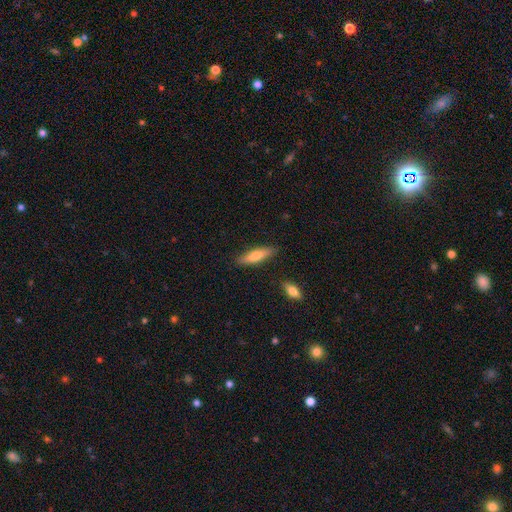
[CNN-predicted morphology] The model was most divided on "how rounded": cigar-shaped: 68%, in between: 30%, round: 2%. More confident: merging — none (85%); smooth or featured — smooth (72%).